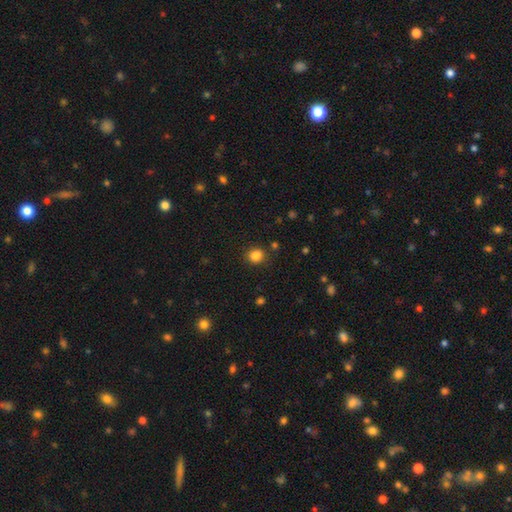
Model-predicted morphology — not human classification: This is clearly a smooth galaxy (84%). How rounded: likely round (70%). Merging: clearly none (83%).